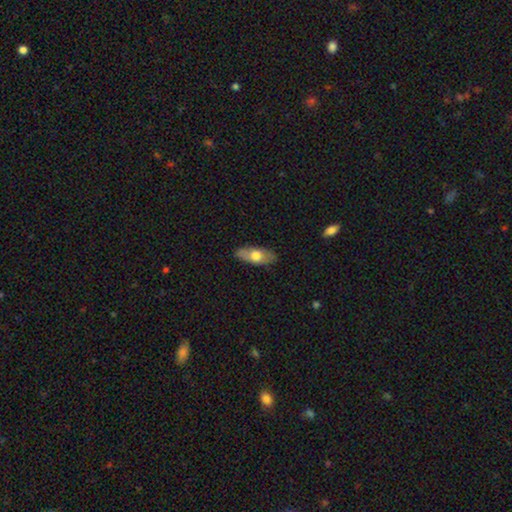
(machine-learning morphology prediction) Overall: smooth (61%; featured or disk 33%). How rounded: in between (79%). Merging: none (83%).